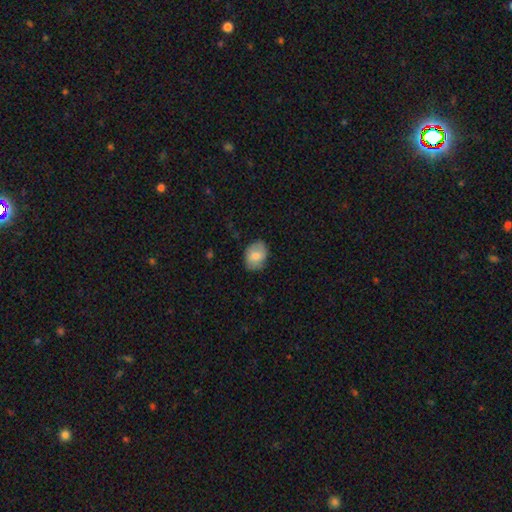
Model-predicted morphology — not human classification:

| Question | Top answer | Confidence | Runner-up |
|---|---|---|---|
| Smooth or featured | smooth | 78% | featured or disk (15%) |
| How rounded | in between | 67% | round (32%) |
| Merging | none | 77% | minor disturbance (18%) |